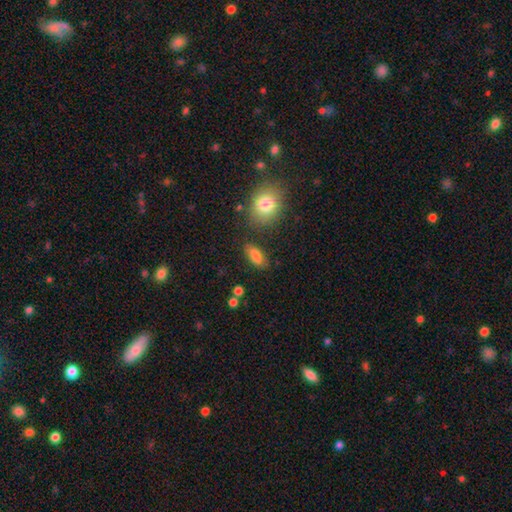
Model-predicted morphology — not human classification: smooth 84%, star or artifact 8%, featured or disk 8%. Down the decision tree: how rounded — in between (88%); merging — none (76%).